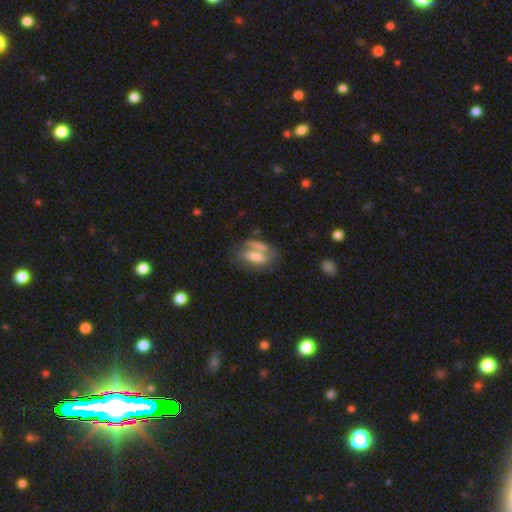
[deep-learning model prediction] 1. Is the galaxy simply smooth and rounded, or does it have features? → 59% smooth, 32% featured or disk, 8% star or artifact.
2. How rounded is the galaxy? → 77% in between, 16% cigar-shaped, 7% round.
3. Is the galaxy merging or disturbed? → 44% none, 24% merger, 19% minor disturbance, 13% major disturbance.